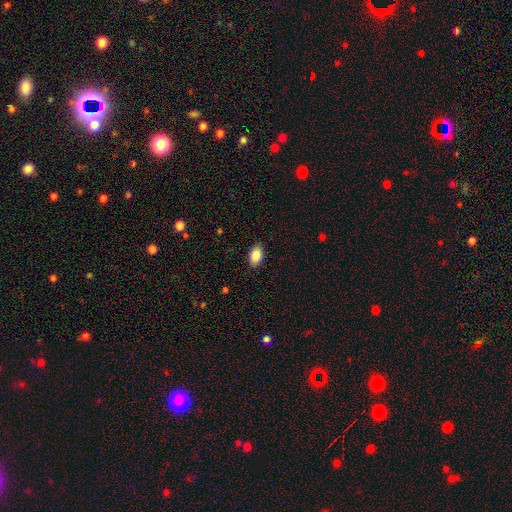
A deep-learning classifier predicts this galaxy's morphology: This appears to be a smooth galaxy with no disk features (87%) that is in between round and cigar-shaped (88%). Merging: none (88%).